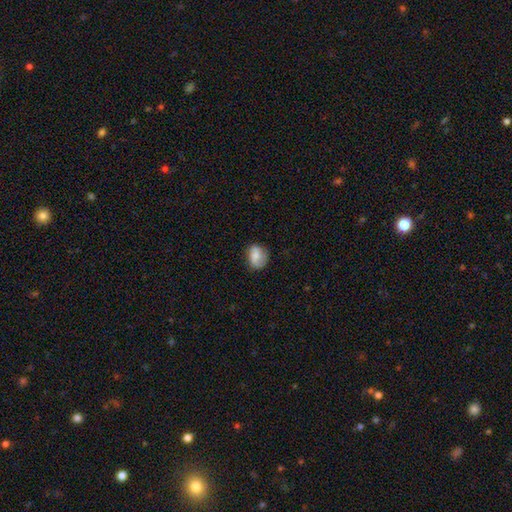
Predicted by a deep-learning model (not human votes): Smooth or featured? smooth (65%)
How rounded? in between (56%)
Merging? none (66%)